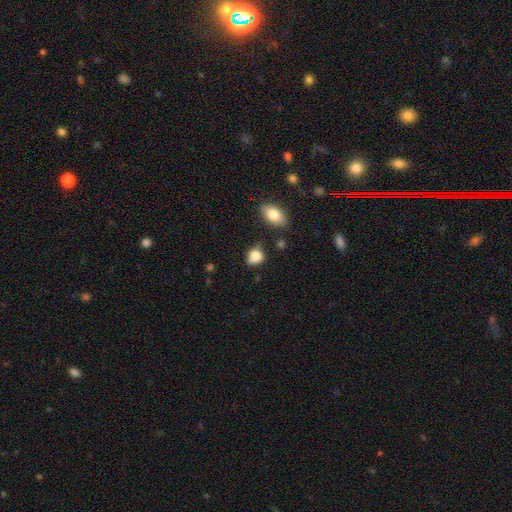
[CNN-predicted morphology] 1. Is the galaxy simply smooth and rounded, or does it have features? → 82% smooth, 10% star or artifact, 9% featured or disk.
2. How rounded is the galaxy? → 56% in between, 42% round, 2% cigar-shaped.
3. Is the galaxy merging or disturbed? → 55% none, 30% minor disturbance, 8% major disturbance, 7% merger.